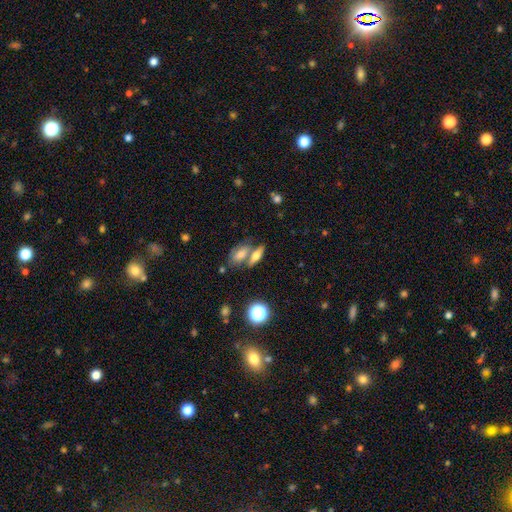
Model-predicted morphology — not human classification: This is possibly a smooth galaxy (59%). How rounded: possibly in between (57%). Merging: possibly none (50%).